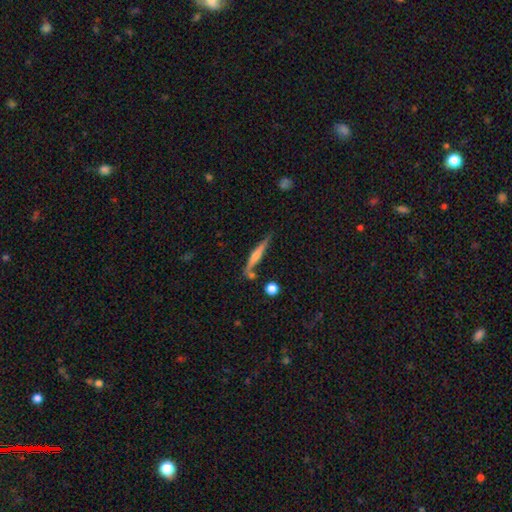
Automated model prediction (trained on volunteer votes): This is possibly a featured or disk galaxy (58%). It is clearly viewed edge-on (96%). Edge-on bulge: likely rounded (65%). Merging: likely none (74%).